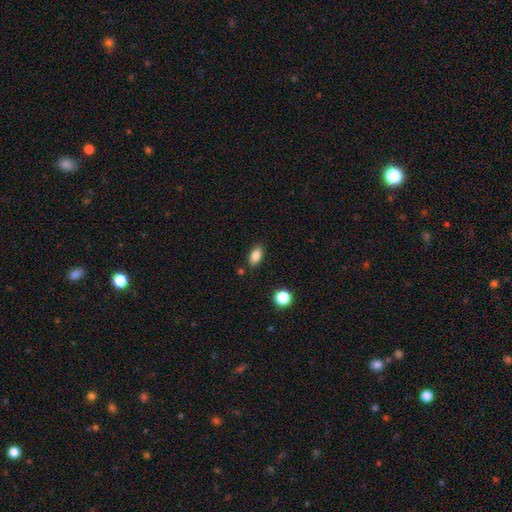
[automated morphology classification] Q: Smooth or featured?
A: smooth (84%); runner-up: star or artifact (9%)
Q: How rounded?
A: in between (88%); runner-up: cigar-shaped (6%)
Q: Merging?
A: none (84%); runner-up: minor disturbance (10%)